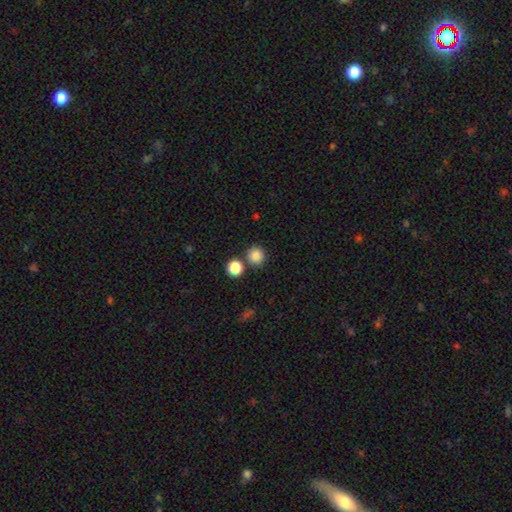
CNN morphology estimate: Smooth or featured? Predicted: smooth (p=0.85). How rounded? Predicted: round (p=0.91). Merging? Predicted: none (p=0.78).